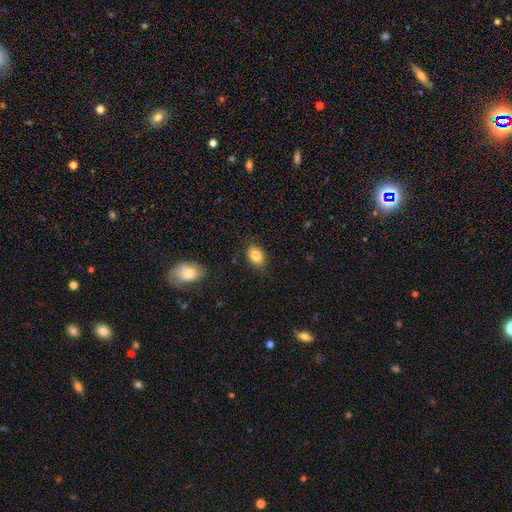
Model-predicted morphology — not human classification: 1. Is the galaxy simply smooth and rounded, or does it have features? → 84% smooth, 9% star or artifact, 7% featured or disk.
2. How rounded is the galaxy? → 74% in between, 25% round, 1% cigar-shaped.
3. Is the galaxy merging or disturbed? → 82% none, 13% minor disturbance, 3% major disturbance, 2% merger.